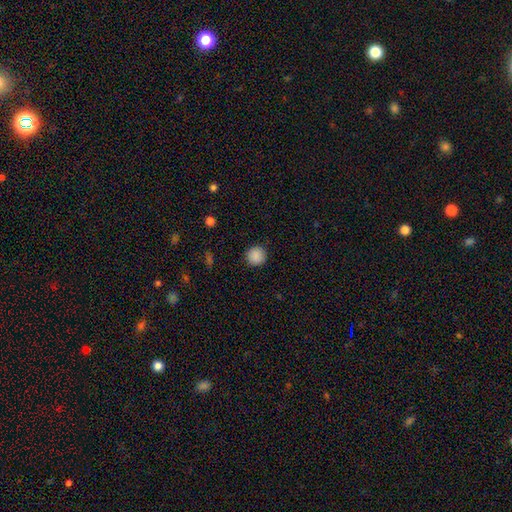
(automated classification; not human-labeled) smooth 88%, star or artifact 9%, featured or disk 3%. Down the decision tree: how rounded — round (94%); merging — none (91%).